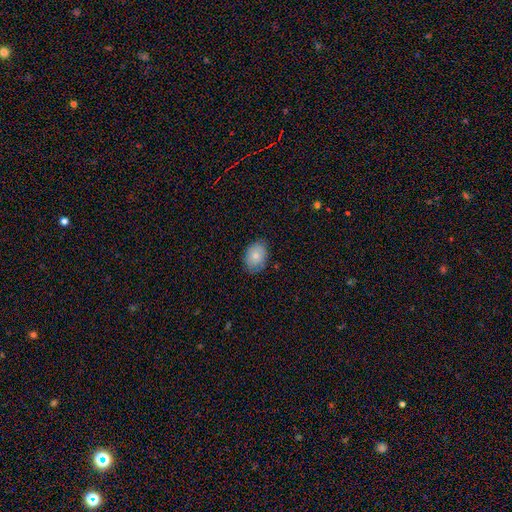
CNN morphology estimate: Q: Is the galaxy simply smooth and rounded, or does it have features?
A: smooth — 81%.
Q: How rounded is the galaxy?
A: in between — 76%.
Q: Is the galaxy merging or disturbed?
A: none — 81%.